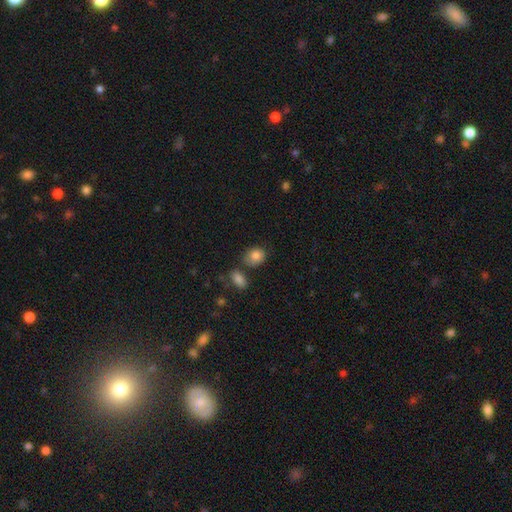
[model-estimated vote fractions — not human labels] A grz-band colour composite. It shows a smooth galaxy with no disk features (84%) that is in between round and cigar-shaped (59%). Merging: none (60%).